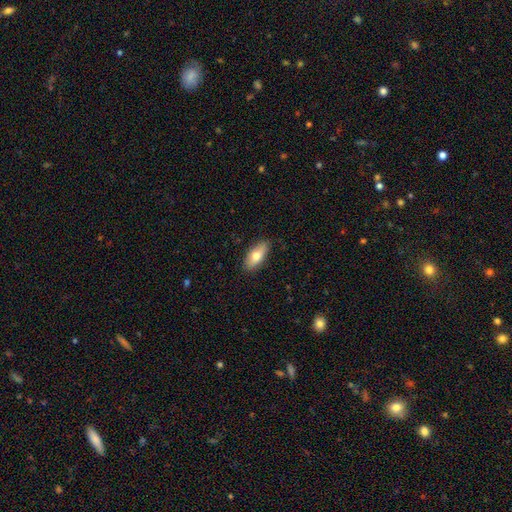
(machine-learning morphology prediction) This is likely a smooth galaxy (74%). How rounded: clearly in between (83%). Merging: clearly none (85%).